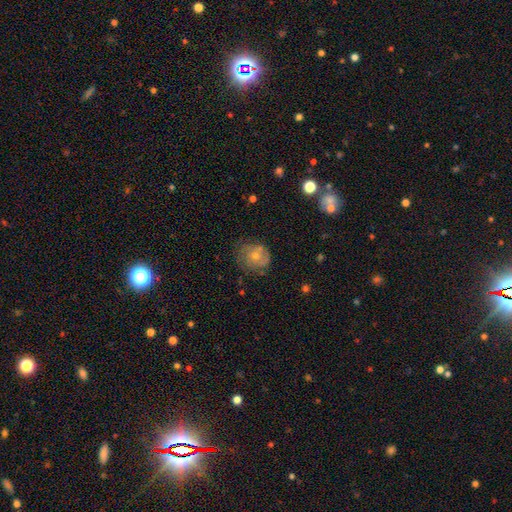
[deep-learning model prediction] Smooth or featured: featured or disk — 56% (smooth — 29%)
Edge-on disk: no — 97% (yes — 3%)
Bar: no — 80% (weak — 17%)
Spiral arms: yes — 78% (no — 22%)
Bulge size: moderate — 49% (small — 46%)
Merging: none — 73% (minor disturbance — 18%)